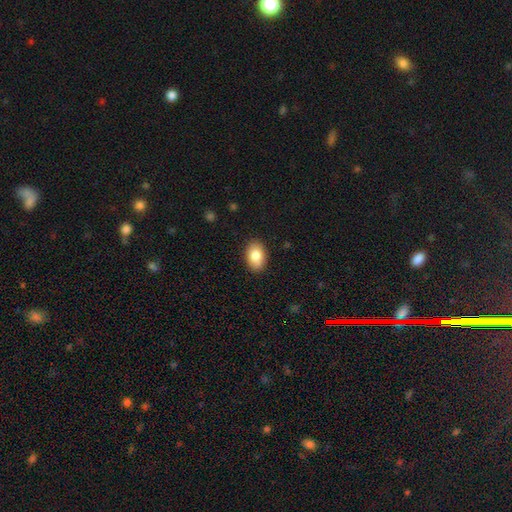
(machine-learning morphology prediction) A smooth galaxy with no disk features (84%) that is in between round and cigar-shaped (88%).

Vote fractions:
- Smooth or featured? smooth: 84% / featured or disk: 9% / star or artifact: 7%
- How rounded? in between: 88% / round: 11% / cigar-shaped: 1%
- Merging? none: 88% / minor disturbance: 9% / major disturbance: 2% / merger: 1%